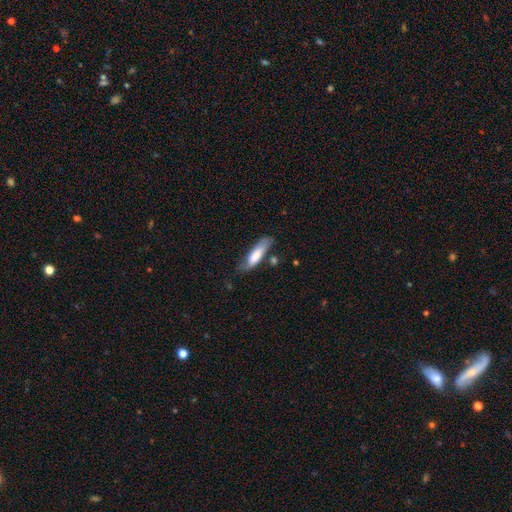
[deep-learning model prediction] Overall: smooth (72%). How rounded: cigar-shaped (57%; in between 41%). Merging: none (52%; minor disturbance 31%).